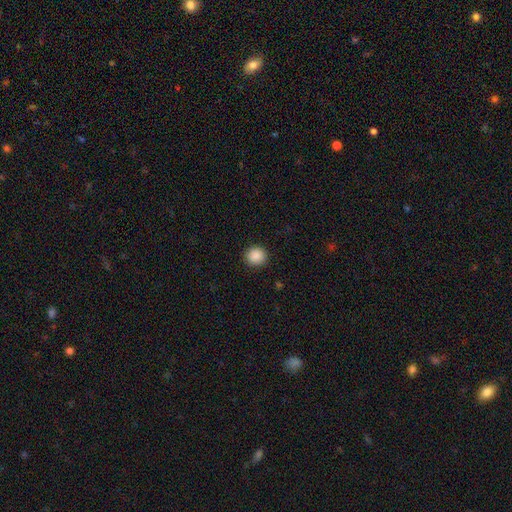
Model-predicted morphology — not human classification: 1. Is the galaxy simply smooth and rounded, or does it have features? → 89% smooth, 9% star or artifact, 3% featured or disk.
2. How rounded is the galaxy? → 91% round, 8% in between, 1% cigar-shaped.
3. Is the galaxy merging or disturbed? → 92% none, 5% minor disturbance, 2% major disturbance, 1% merger.